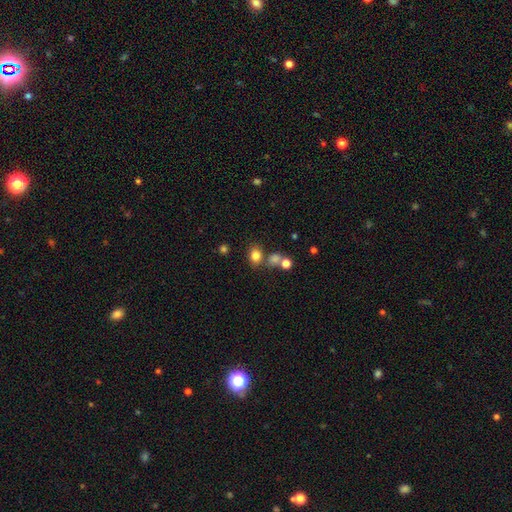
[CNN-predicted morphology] Q: Smooth or featured?
A: smooth (79%); runner-up: star or artifact (14%)
Q: How rounded?
A: round (52%); runner-up: in between (46%)
Q: Merging?
A: none (64%); runner-up: merger (19%)